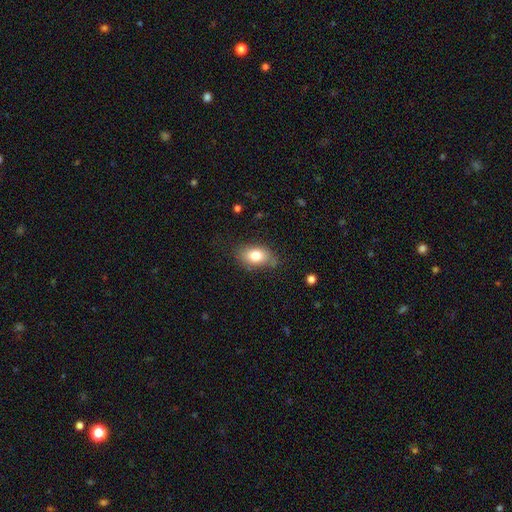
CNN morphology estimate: This is likely a smooth galaxy (79%). How rounded: clearly in between (85%). Merging: likely none (69%).